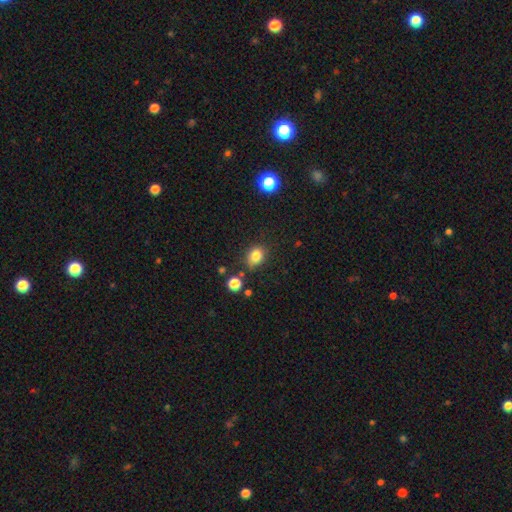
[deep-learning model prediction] Smooth or featured?
  - smooth: 81% *
  - star or artifact: 12%
  - featured or disk: 6%
How rounded?
  - round: 52% *
  - in between: 47%
  - cigar-shaped: 1%
Merging?
  - none: 75% *
  - minor disturbance: 17%
  - merger: 5%
  - major disturbance: 4%